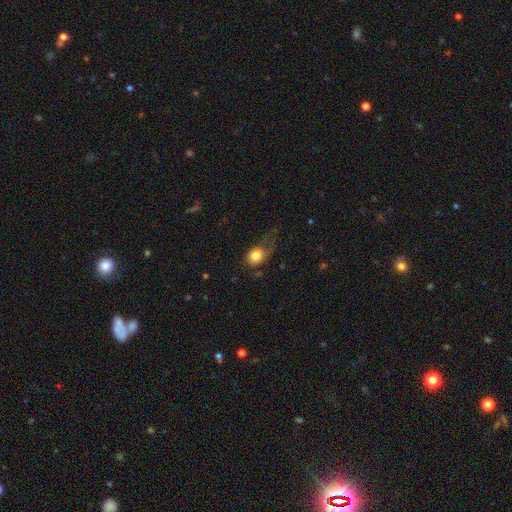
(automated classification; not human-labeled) Smooth or featured: smooth — 78% (featured or disk — 13%)
How rounded: round — 51% (in between — 48%)
Merging: none — 39% (minor disturbance — 29%)